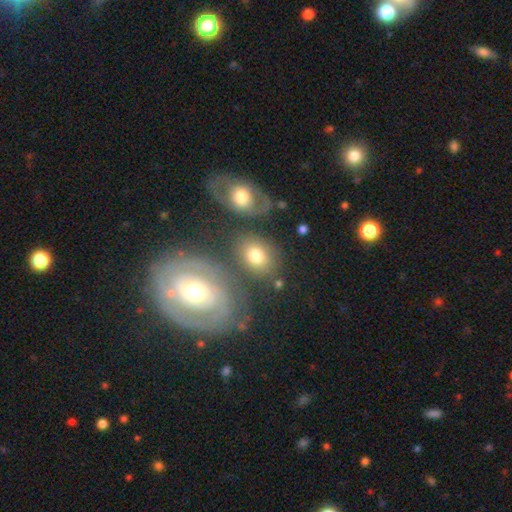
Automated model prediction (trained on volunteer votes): smooth-or-featured: smooth: 69% | featured or disk: 20% | star or artifact: 11%
  how-rounded: in between: 60% | round: 38% | cigar-shaped: 1%
  merging: none: 61% | merger: 19% | minor disturbance: 14% | major disturbance: 7%